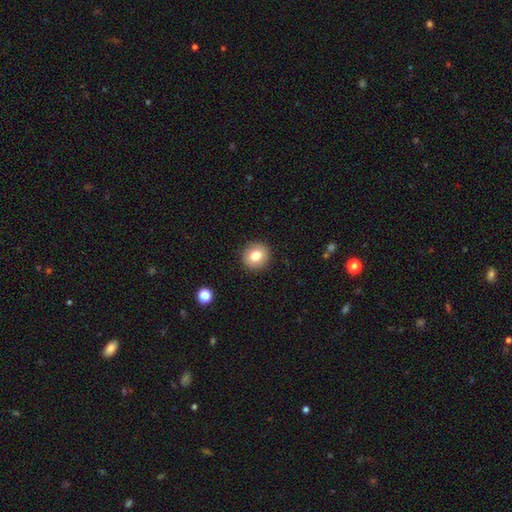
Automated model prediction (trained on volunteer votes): A smooth galaxy with no disk features (80%) that is round (92%). Merging: none (91%).